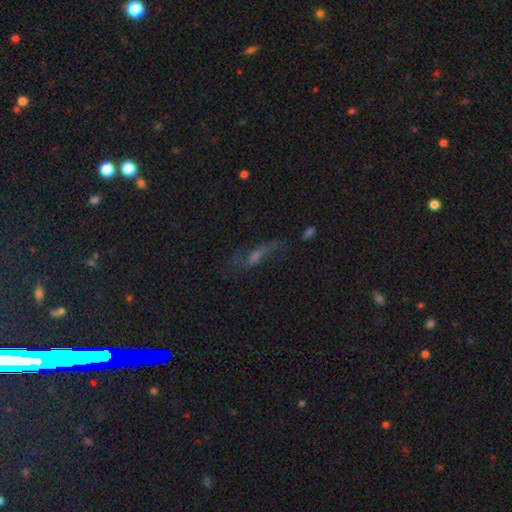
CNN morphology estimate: A featured or disk galaxy (53%).

Vote fractions:
- Smooth or featured? featured or disk: 53% / smooth: 25% / star or artifact: 22%
- Edge-on disk? no: 68% / yes: 32%
- Merging? none: 60% / minor disturbance: 19% / major disturbance: 17% / merger: 3%